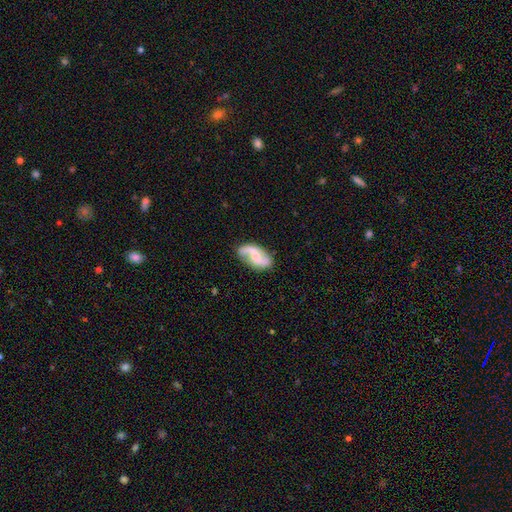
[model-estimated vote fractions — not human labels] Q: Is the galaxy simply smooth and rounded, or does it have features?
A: featured or disk — 80%.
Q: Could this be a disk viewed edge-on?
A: no — 97%.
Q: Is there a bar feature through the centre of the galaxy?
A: weak — 43%.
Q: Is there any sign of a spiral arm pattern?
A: yes — 95%.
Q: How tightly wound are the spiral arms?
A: loose — 71%.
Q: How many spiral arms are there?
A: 2 — 92%.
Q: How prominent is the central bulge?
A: small — 37%.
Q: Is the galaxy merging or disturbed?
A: none — 79%.